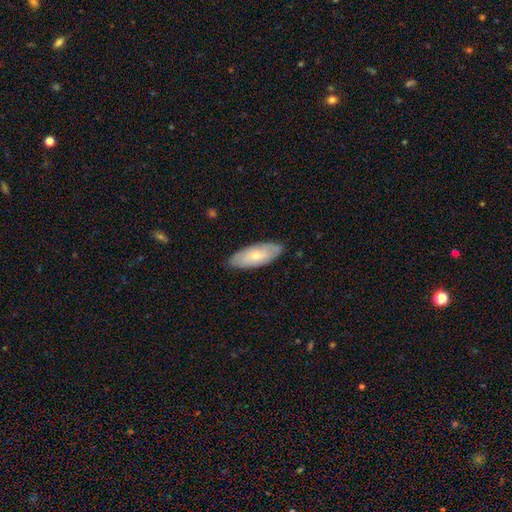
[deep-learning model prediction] Overall: smooth (63%; featured or disk 31%). How rounded: in between (80%). Merging: none (85%).